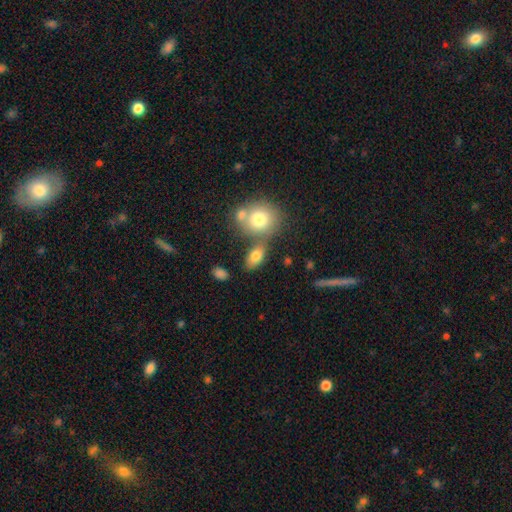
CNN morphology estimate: Smooth or featured?
  - smooth: 78% *
  - featured or disk: 12%
  - star or artifact: 10%
How rounded?
  - in between: 81% *
  - round: 15%
  - cigar-shaped: 4%
Merging?
  - none: 55% *
  - merger: 27%
  - minor disturbance: 13%
  - major disturbance: 5%